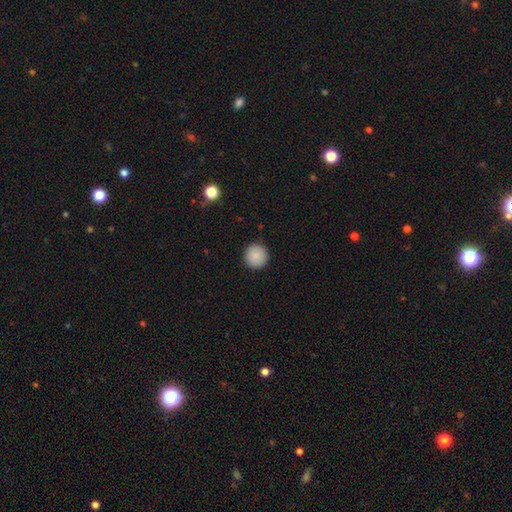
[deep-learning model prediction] A smooth galaxy with no disk features (89%) that is round (96%).

Vote fractions:
- Smooth or featured? smooth: 89% / star or artifact: 8% / featured or disk: 3%
- How rounded? round: 96% / in between: 3% / cigar-shaped: 1%
- Merging? none: 92% / minor disturbance: 6% / major disturbance: 2% / merger: 1%